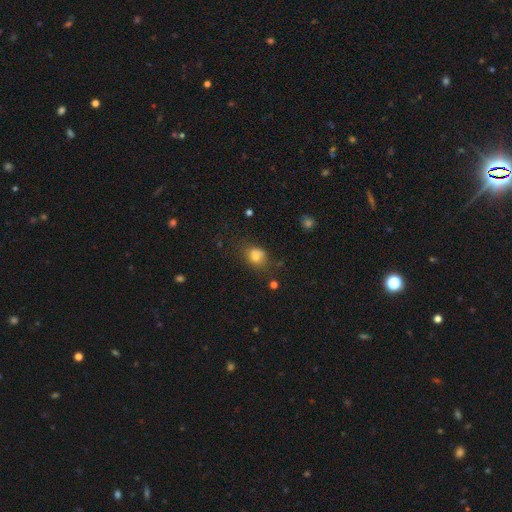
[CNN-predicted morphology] smooth-or-featured: smooth: 74% | star or artifact: 14% | featured or disk: 12%
  how-rounded: in between: 51% | round: 47% | cigar-shaped: 1%
  merging: none: 51% | minor disturbance: 25% | merger: 13% | major disturbance: 12%